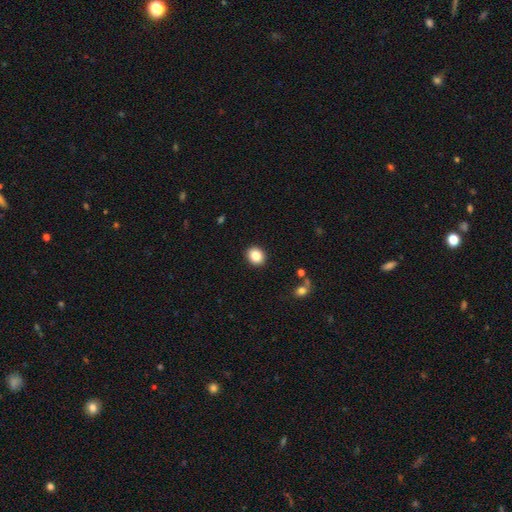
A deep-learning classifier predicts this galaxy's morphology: smooth 85%, star or artifact 9%, featured or disk 6%. Down the decision tree: how rounded — round (65%); merging — none (92%).